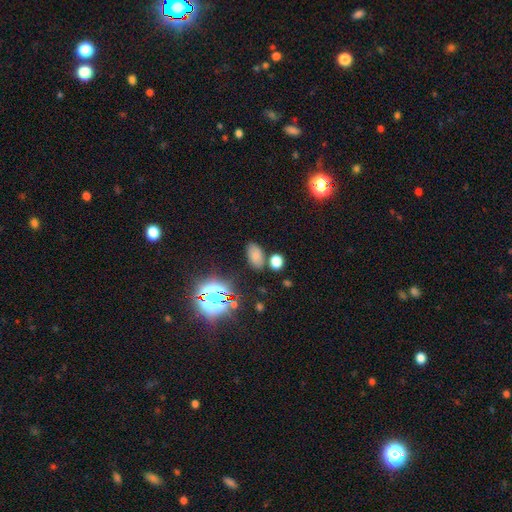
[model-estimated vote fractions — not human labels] smooth-or-featured: smooth: 72% | star or artifact: 20% | featured or disk: 8%
  how-rounded: in between: 90% | round: 8% | cigar-shaped: 2%
  merging: none: 76% | minor disturbance: 12% | merger: 8% | major disturbance: 4%